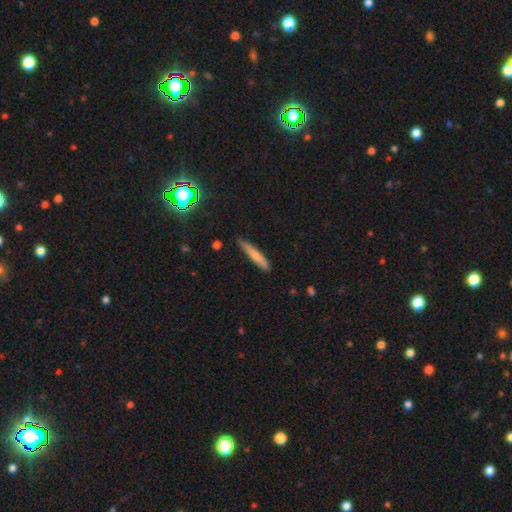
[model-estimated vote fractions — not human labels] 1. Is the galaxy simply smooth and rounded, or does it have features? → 72% smooth, 21% featured or disk, 8% star or artifact.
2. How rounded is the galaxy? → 92% cigar-shaped, 6% in between, 1% round.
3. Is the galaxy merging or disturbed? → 79% none, 17% minor disturbance, 2% major disturbance, 2% merger.